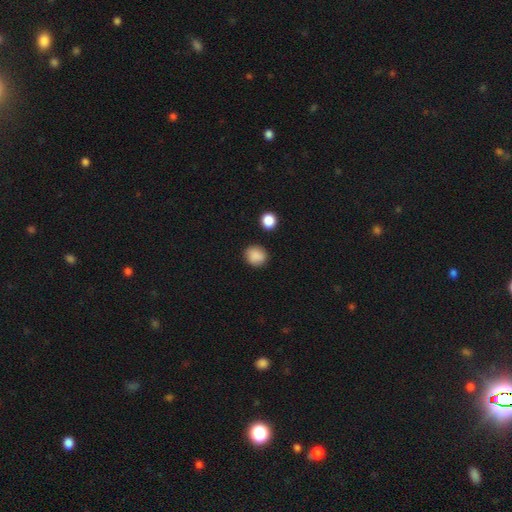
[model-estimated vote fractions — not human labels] A smooth galaxy with no disk features (87%) that is round (80%).

Vote fractions:
- Smooth or featured? smooth: 87% / star or artifact: 9% / featured or disk: 3%
- How rounded? round: 80% / in between: 19% / cigar-shaped: 1%
- Merging? none: 85% / minor disturbance: 10% / major disturbance: 3% / merger: 2%